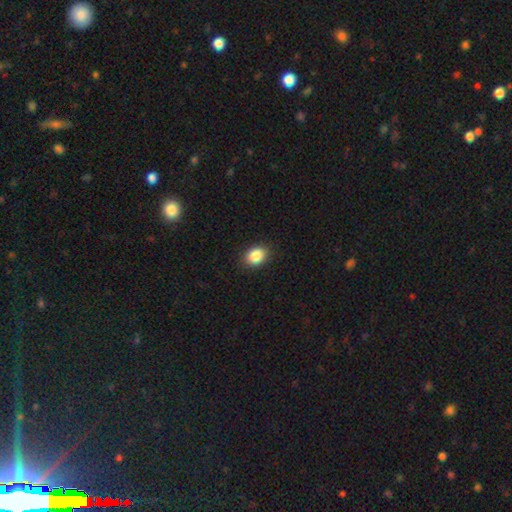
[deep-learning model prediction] The model was most divided on "how rounded": in between: 62%, round: 37%, cigar-shaped: 1%. More confident: merging — none (88%); smooth or featured — smooth (87%).